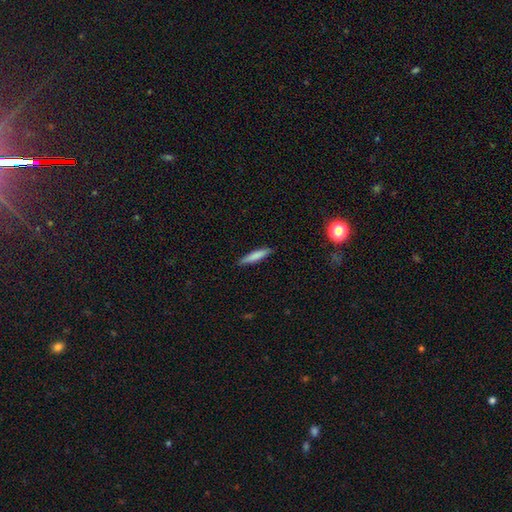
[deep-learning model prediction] smooth-or-featured: smooth: 79% | featured or disk: 15% | star or artifact: 6%
  how-rounded: cigar-shaped: 87% | in between: 11% | round: 1%
  merging: none: 88% | minor disturbance: 9% | major disturbance: 2% | merger: 1%